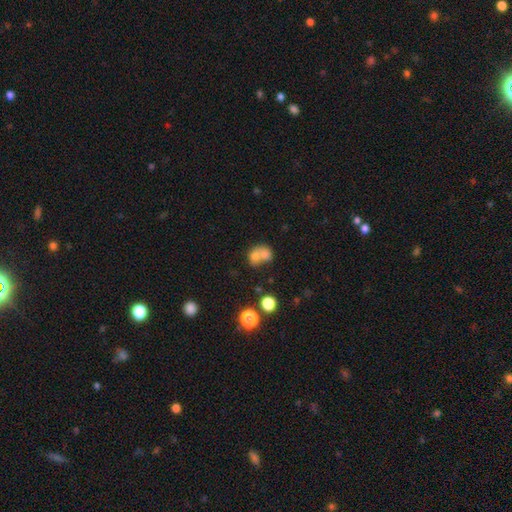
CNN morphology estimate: smooth-or-featured: smooth: 70% | featured or disk: 18% | star or artifact: 12%
  how-rounded: round: 56% | in between: 43% | cigar-shaped: 1%
  merging: merger: 68% | none: 21% | minor disturbance: 6% | major disturbance: 4%